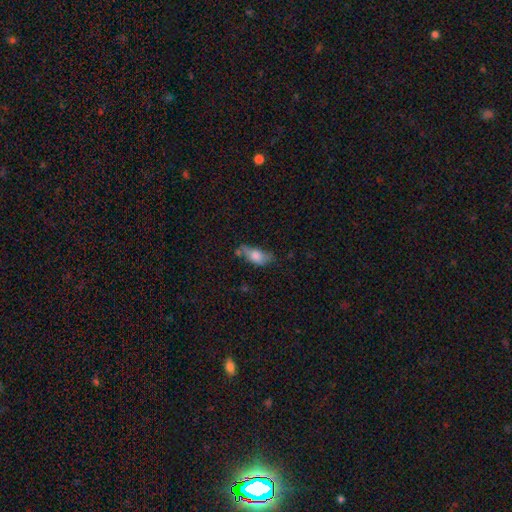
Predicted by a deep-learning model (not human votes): Smooth or featured: smooth — 68% (featured or disk — 24%)
How rounded: in between — 82% (cigar-shaped — 13%)
Merging: none — 41% (minor disturbance — 32%)